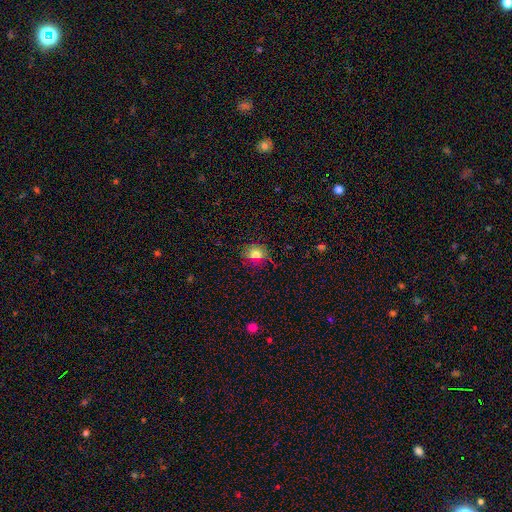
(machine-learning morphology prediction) smooth-or-featured: smooth: 79% | star or artifact: 13% | featured or disk: 8%
  how-rounded: round: 67% | in between: 32% | cigar-shaped: 1%
  merging: none: 82% | minor disturbance: 13% | major disturbance: 3% | merger: 1%